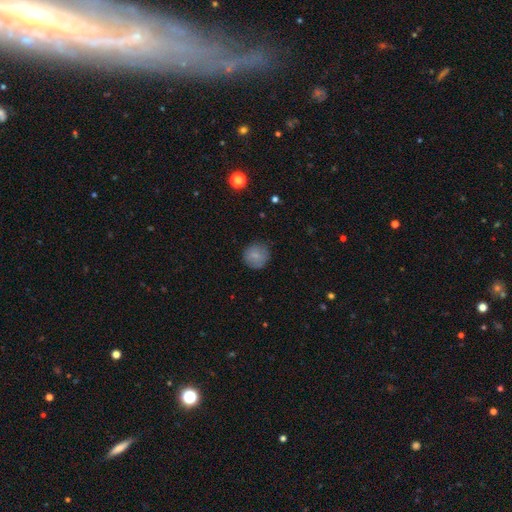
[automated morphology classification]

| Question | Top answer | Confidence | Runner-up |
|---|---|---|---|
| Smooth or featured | smooth | 80% | featured or disk (11%) |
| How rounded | round | 91% | in between (8%) |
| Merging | none | 82% | minor disturbance (14%) |